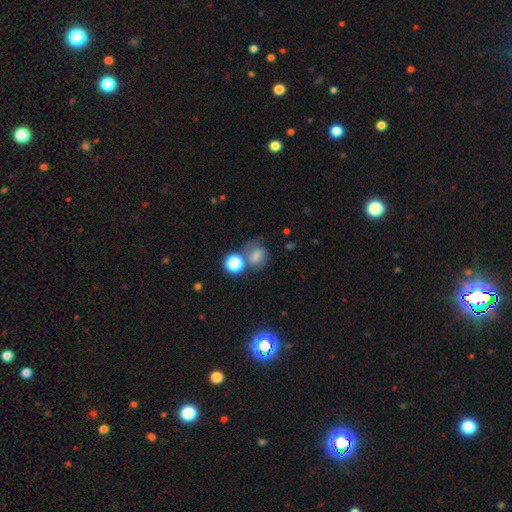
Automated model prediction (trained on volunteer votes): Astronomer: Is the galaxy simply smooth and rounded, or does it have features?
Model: smooth — 60%.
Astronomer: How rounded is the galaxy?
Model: round — 56% (runner-up: in between, 42%).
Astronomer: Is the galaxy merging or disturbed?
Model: none — 48%.